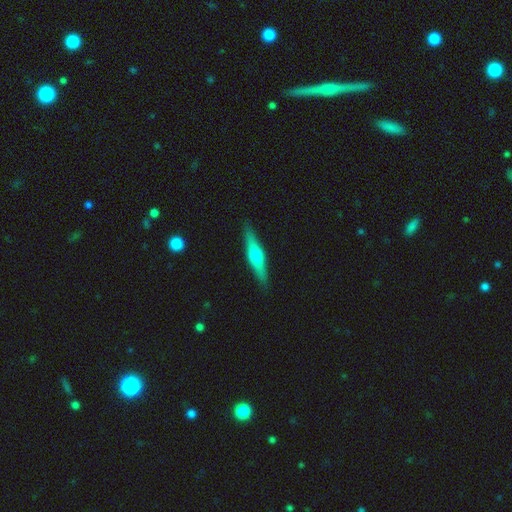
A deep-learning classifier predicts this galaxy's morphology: Smooth or featured?
  - featured or disk: 54% *
  - smooth: 41%
  - star or artifact: 6%
Edge-on disk?
  - yes: 94% *
  - no: 6%
Edge-on bulge?
  - rounded: 90% *
  - none: 5%
  - boxy: 5%
Merging?
  - none: 90% *
  - minor disturbance: 8%
  - major disturbance: 2%
  - merger: 1%